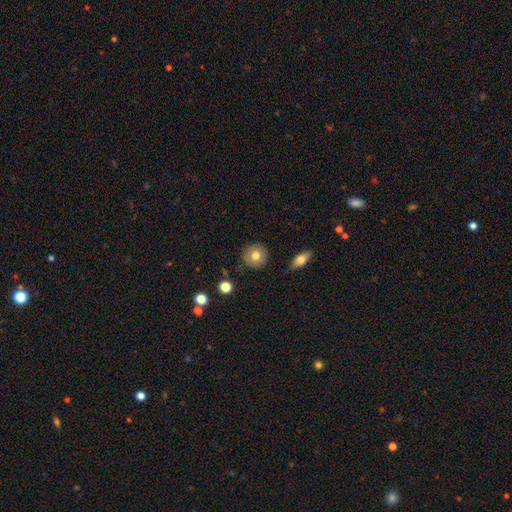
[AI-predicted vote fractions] Q: Smooth or featured?
A: smooth (78%); runner-up: featured or disk (13%)
Q: How rounded?
A: round (91%); runner-up: in between (8%)
Q: Merging?
A: none (88%); runner-up: minor disturbance (8%)